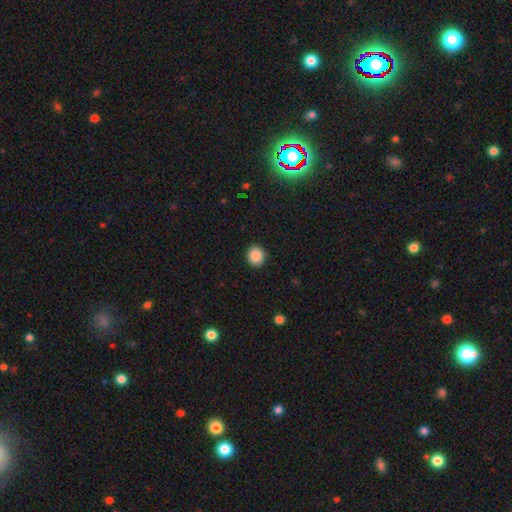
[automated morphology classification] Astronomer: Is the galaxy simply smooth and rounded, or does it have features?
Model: smooth — 88%.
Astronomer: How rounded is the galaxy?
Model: round — 77%.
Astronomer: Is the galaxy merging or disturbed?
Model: none — 91%.